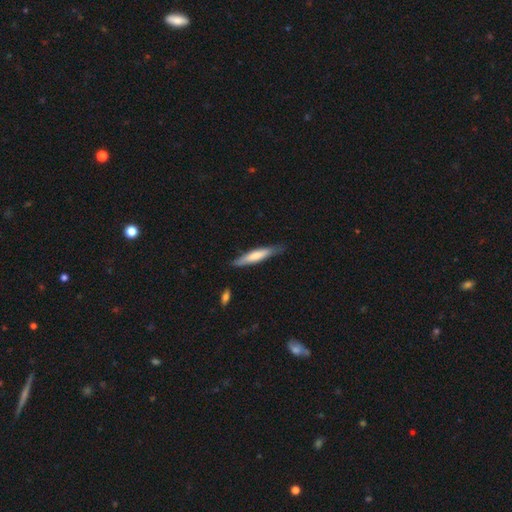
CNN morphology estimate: The model was most divided on "smooth or featured": smooth: 63%, featured or disk: 32%, star or artifact: 5%. More confident: how rounded — cigar-shaped (89%); merging — none (79%).